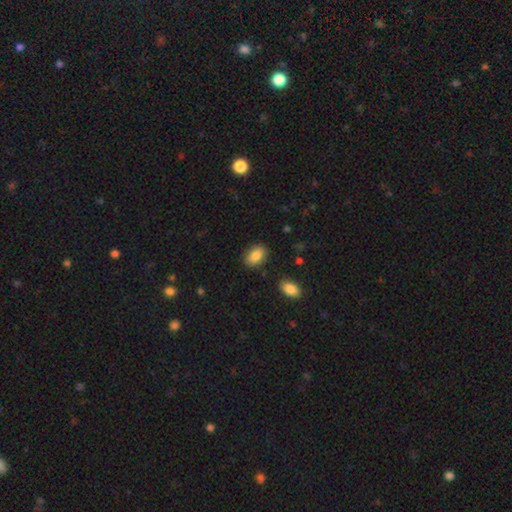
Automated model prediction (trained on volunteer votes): Morphology: type=smooth (85%); roundness=in between (88%); merging=none (85%).